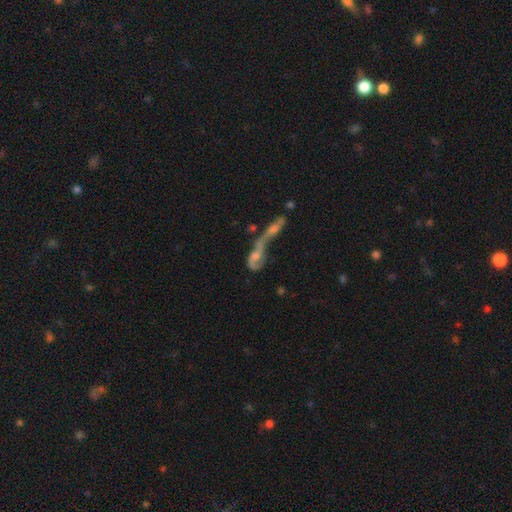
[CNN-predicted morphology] Smooth or featured?
  - featured or disk: 57% *
  - smooth: 29%
  - star or artifact: 14%
Edge-on disk?
  - no: 84% *
  - yes: 16%
Merging?
  - merger: 77% *
  - major disturbance: 10%
  - none: 9%
  - minor disturbance: 4%